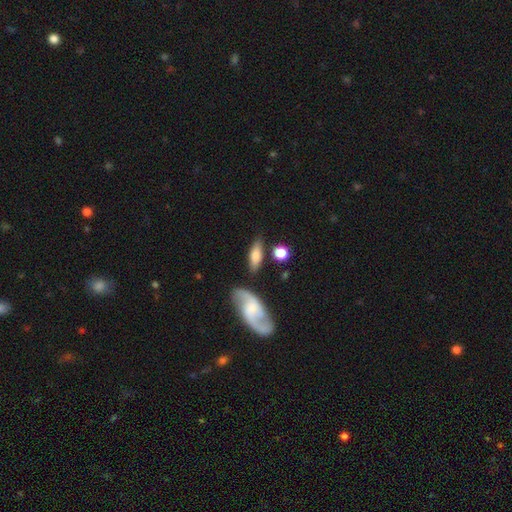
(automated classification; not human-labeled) Overall: smooth (64%; featured or disk 29%). How rounded: in between (67%; cigar-shaped 27%). Merging: none (71%).